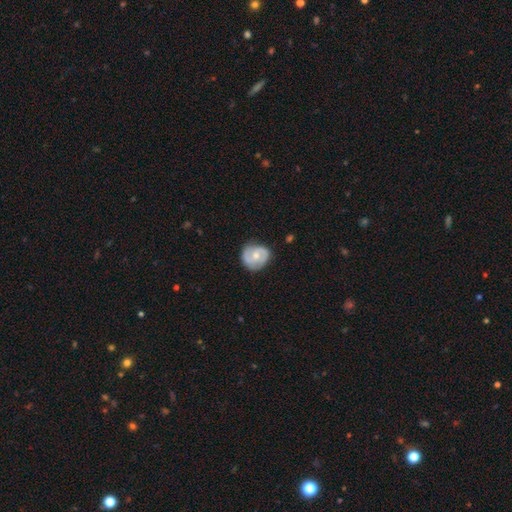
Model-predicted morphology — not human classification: featured or disk 59%, smooth 35%, star or artifact 6%. Down the decision tree: edge-on disk — no (97%); bar — no (62%); spiral arms — yes (80%); bulge size — moderate (62%); merging — none (72%).